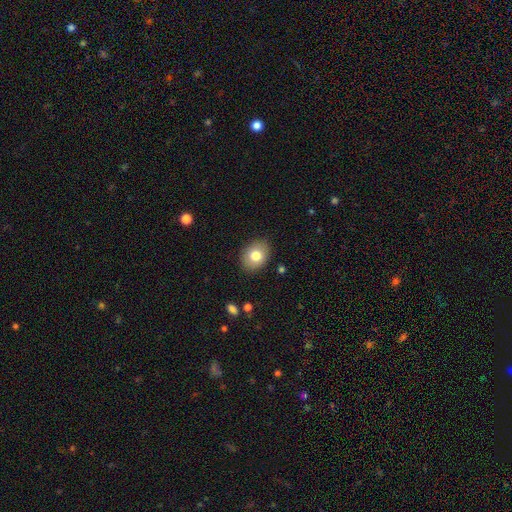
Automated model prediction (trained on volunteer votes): Smooth or featured? Predicted: smooth (p=0.79). How rounded? Predicted: in between (p=0.64). Merging? Predicted: none (p=0.86).